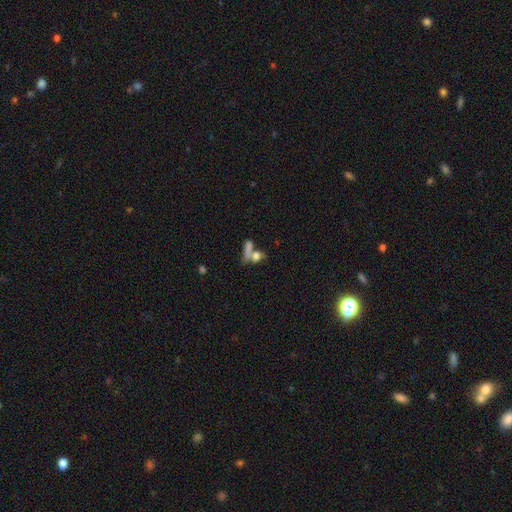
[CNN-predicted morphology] Smooth or featured: smooth — 58% (featured or disk — 25%)
How rounded: in between — 44% (round — 32%)
Merging: none — 42% (merger — 41%)